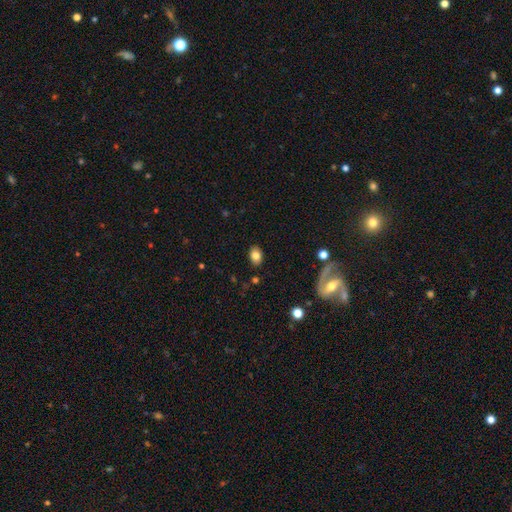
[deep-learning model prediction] Smooth or featured? smooth (81%)
How rounded? in between (81%)
Merging? none (86%)